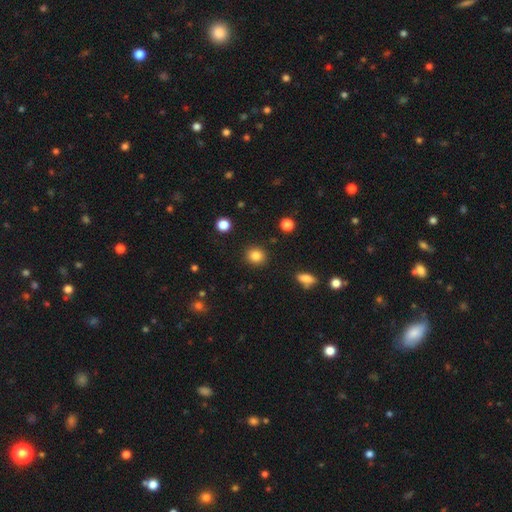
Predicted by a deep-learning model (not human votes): This appears to be a smooth galaxy with no disk features (85%) that is round (84%). Merging: none (90%).